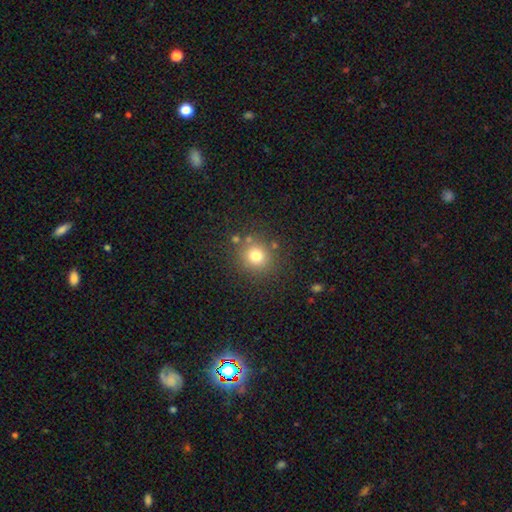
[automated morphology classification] The model was most divided on "smooth or featured": smooth: 75%, star or artifact: 16%, featured or disk: 9%. More confident: how rounded — round (88%); merging — none (81%).